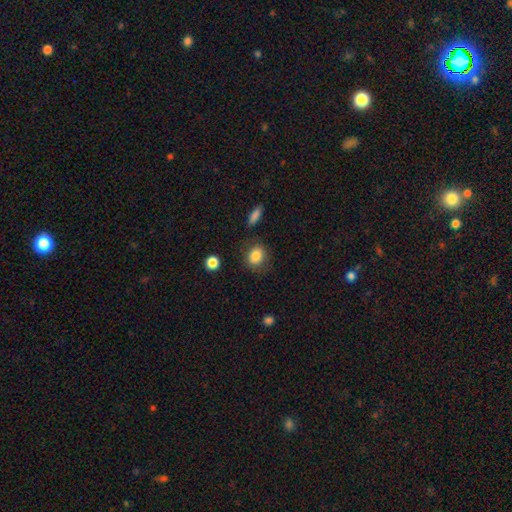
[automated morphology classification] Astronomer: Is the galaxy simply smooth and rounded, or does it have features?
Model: smooth — 84%.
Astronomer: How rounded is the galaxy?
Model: round — 53% (runner-up: in between, 45%).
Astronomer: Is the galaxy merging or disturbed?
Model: none — 78%.